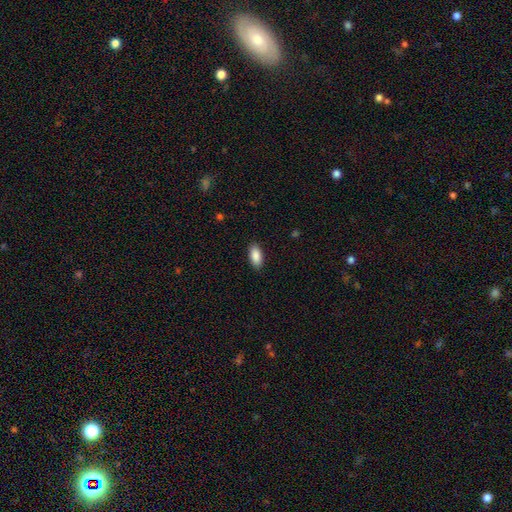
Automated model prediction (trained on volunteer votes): Smooth or featured?
  - smooth: 90% *
  - star or artifact: 6%
  - featured or disk: 4%
How rounded?
  - in between: 91% *
  - cigar-shaped: 6%
  - round: 2%
Merging?
  - none: 89% *
  - minor disturbance: 8%
  - major disturbance: 2%
  - merger: 1%